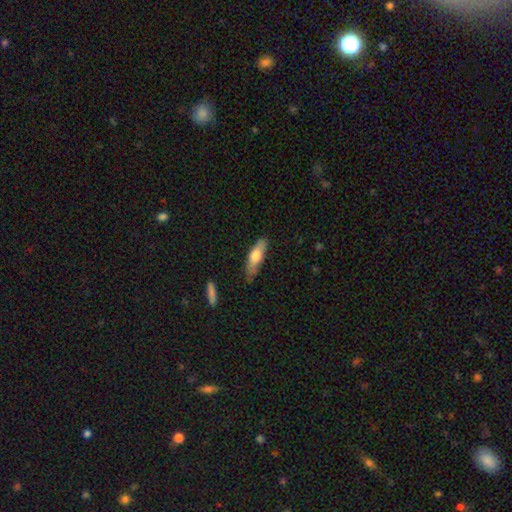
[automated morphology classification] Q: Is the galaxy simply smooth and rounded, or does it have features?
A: smooth — 64%.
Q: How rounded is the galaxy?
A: cigar-shaped — 56%.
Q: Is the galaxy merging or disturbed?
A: none — 69%.